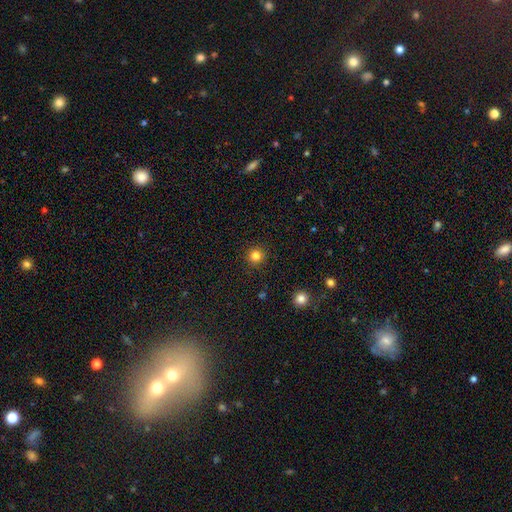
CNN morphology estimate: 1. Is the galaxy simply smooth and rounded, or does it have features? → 82% smooth, 13% star or artifact, 5% featured or disk.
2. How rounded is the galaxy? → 94% round, 5% in between, 1% cigar-shaped.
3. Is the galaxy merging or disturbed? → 92% none, 5% minor disturbance, 2% major disturbance, 1% merger.